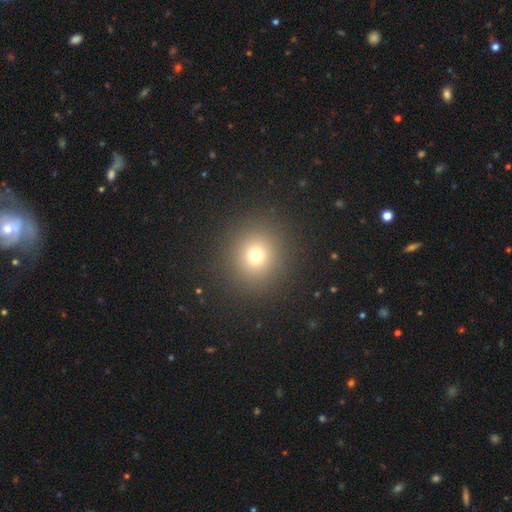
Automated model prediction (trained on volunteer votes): Q: Smooth or featured?
A: smooth (72%); runner-up: star or artifact (19%)
Q: How rounded?
A: round (91%); runner-up: in between (8%)
Q: Merging?
A: none (90%); runner-up: minor disturbance (6%)